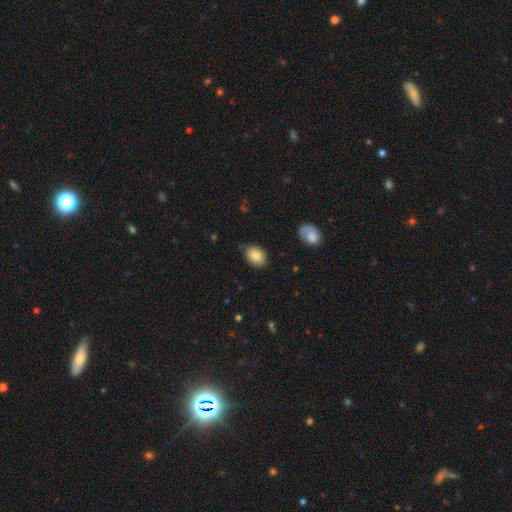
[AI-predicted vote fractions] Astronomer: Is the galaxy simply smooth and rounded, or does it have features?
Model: smooth — 82%.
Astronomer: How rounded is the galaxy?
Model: in between — 66%.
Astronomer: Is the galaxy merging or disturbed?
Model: none — 81%.